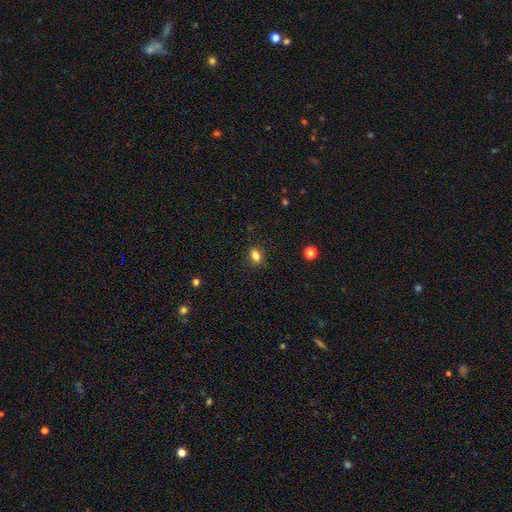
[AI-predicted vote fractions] smooth 81%, star or artifact 11%, featured or disk 8%. Down the decision tree: how rounded — in between (70%); merging — none (85%).